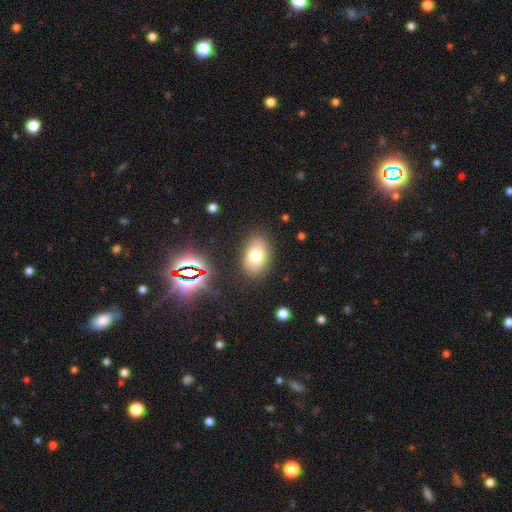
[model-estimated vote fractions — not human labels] Smooth or featured: smooth — 73% (featured or disk — 14%)
How rounded: in between — 85% (round — 14%)
Merging: none — 83% (minor disturbance — 11%)